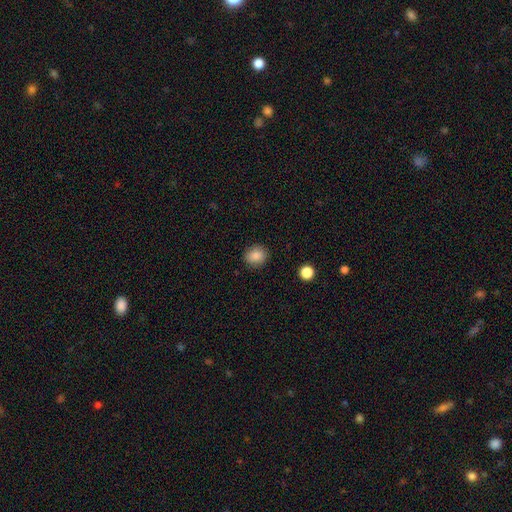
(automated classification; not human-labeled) Smooth or featured? Predicted: smooth (p=0.87). How rounded? Predicted: round (p=0.77). Merging? Predicted: none (p=0.89).